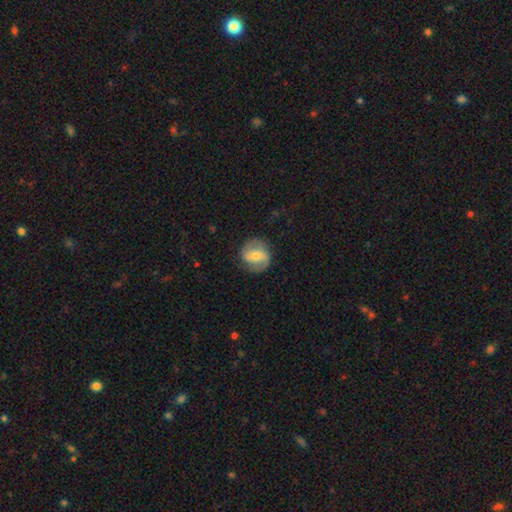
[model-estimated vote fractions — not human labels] Smooth or featured? featured or disk (60%)
Edge-on disk? no (96%)
Bar? weak (39%, tied with strong)
Spiral arms? yes (79%)
Bulge size? moderate (47%)
Merging? none (80%)